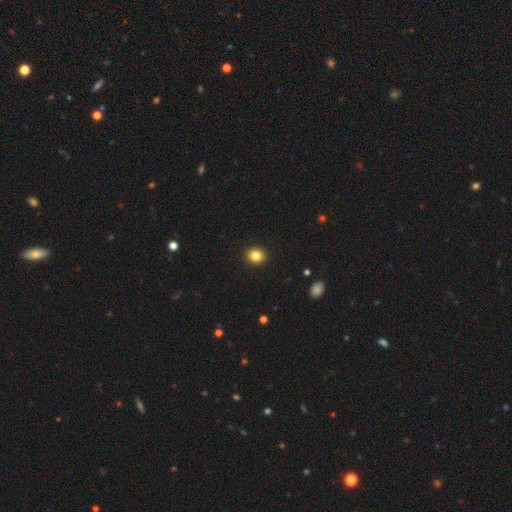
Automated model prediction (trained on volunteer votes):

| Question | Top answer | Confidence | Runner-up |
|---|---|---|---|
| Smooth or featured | smooth | 84% | star or artifact (10%) |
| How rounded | round | 75% | in between (24%) |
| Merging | none | 92% | minor disturbance (5%) |